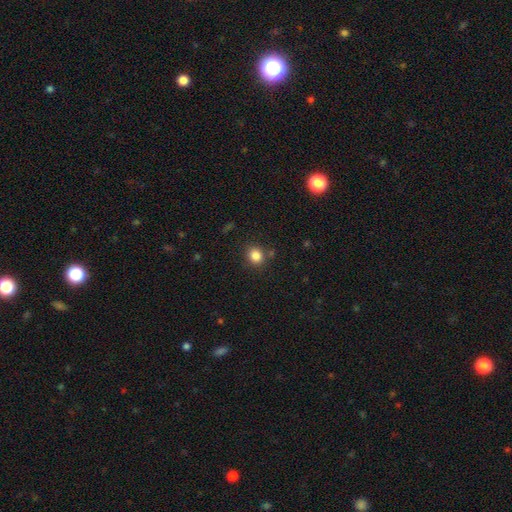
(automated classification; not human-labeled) Morphology: type=smooth (84%); roundness=round (79%); merging=none (84%).